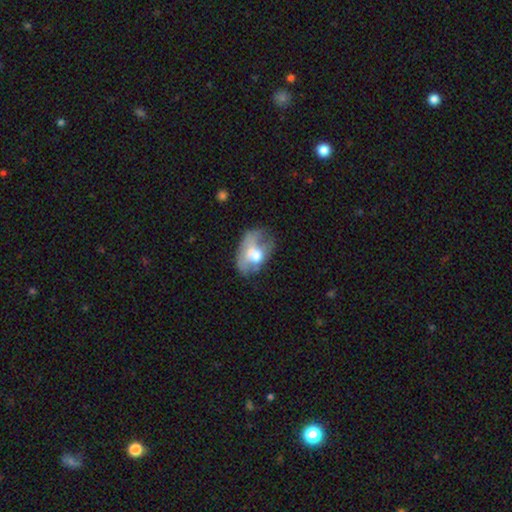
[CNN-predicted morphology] Smooth or featured?
  - smooth: 46% *
  - featured or disk: 44%
  - star or artifact: 9%
Merging?
  - major disturbance: 33% *
  - merger: 24%
  - none: 23%
  - minor disturbance: 20%